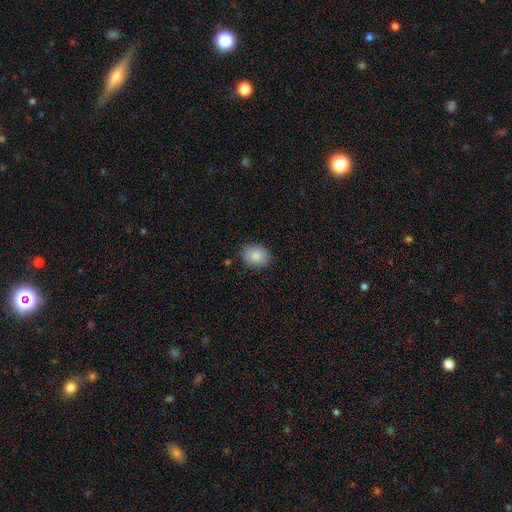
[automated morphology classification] This appears to be a smooth galaxy with no disk features (87%) that is in between round and cigar-shaped (54%). Merging: none (85%).